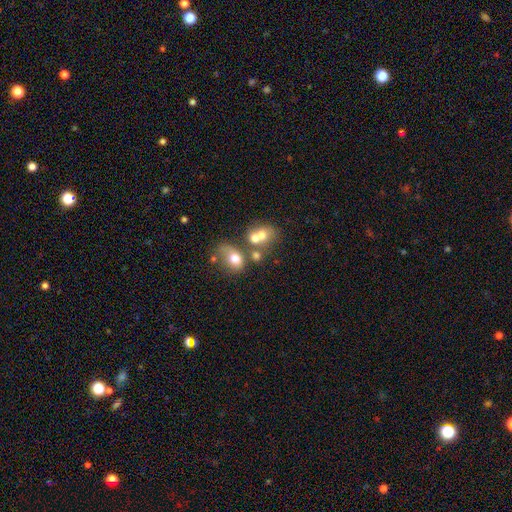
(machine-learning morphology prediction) This is possibly a smooth galaxy (56%). How rounded: possibly in between (52%). Merging: possibly merger (56%).